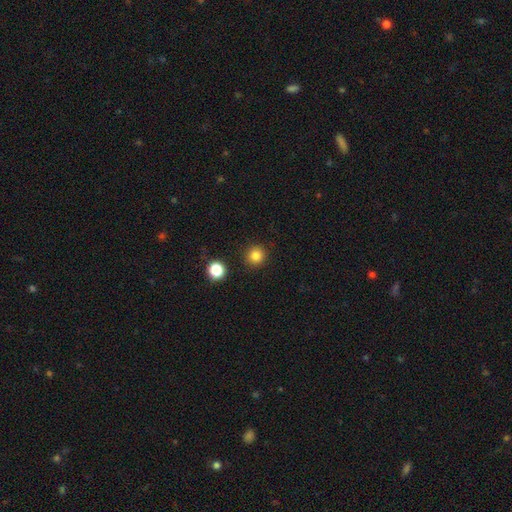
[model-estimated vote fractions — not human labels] Smooth or featured? Predicted: smooth (p=0.83). How rounded? Predicted: round (p=0.94). Merging? Predicted: none (p=0.91).